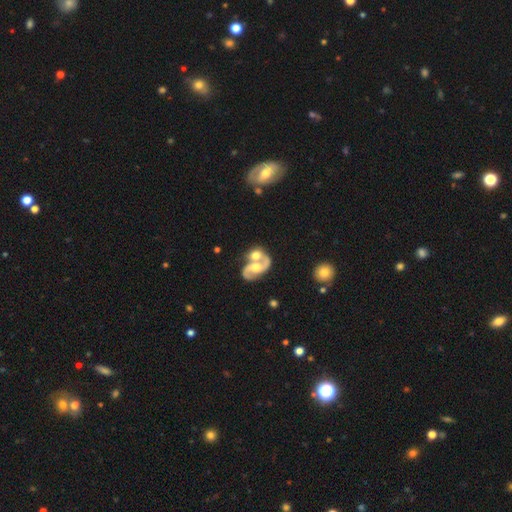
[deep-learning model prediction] Smooth or featured?
  - featured or disk: 79% *
  - smooth: 15%
  - star or artifact: 6%
Edge-on disk?
  - no: 97% *
  - yes: 3%
Bar?
  - no: 57% *
  - weak: 33%
  - strong: 10%
Spiral arms?
  - yes: 90% *
  - no: 10%
Spiral winding?
  - medium: 49% *
  - loose: 37%
  - tight: 14%
Spiral arm count?
  - 2: 91% *
  - can't tell: 3%
  - 1: 3%
  - 3: 1%
  - 4: 1%
  - more than 4: 1%
Bulge size?
  - moderate: 66% *
  - small: 16%
  - large: 13%
  - none: 3%
  - dominant: 2%
Merging?
  - merger: 54% *
  - none: 30%
  - minor disturbance: 10%
  - major disturbance: 6%